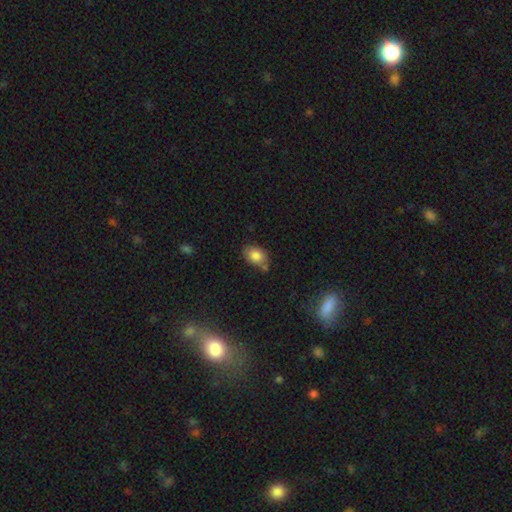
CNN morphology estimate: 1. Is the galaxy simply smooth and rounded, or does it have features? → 83% smooth, 9% featured or disk, 8% star or artifact.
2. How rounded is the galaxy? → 81% in between, 18% round, 1% cigar-shaped.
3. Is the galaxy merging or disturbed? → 66% none, 20% minor disturbance, 10% merger, 4% major disturbance.